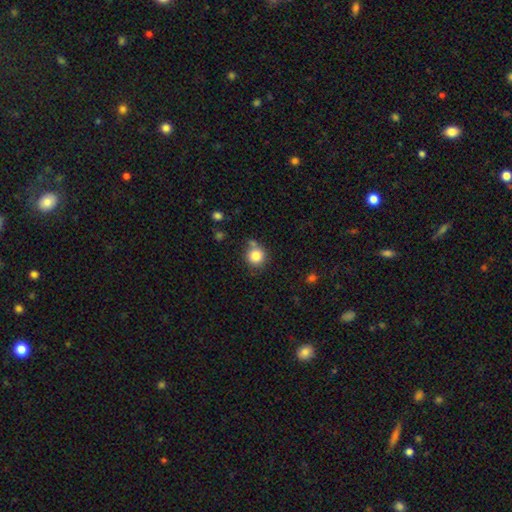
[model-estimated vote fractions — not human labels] Overall: smooth (83%). How rounded: round (91%). Merging: none (69%).